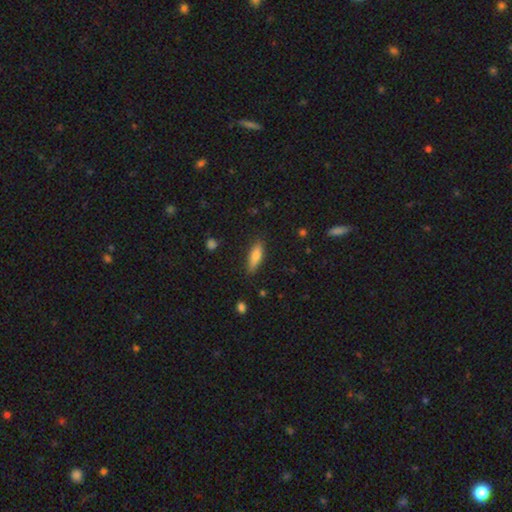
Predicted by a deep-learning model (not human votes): Q: Smooth or featured?
A: smooth (76%); runner-up: featured or disk (17%)
Q: How rounded?
A: in between (57%); runner-up: cigar-shaped (41%)
Q: Merging?
A: none (83%); runner-up: minor disturbance (13%)